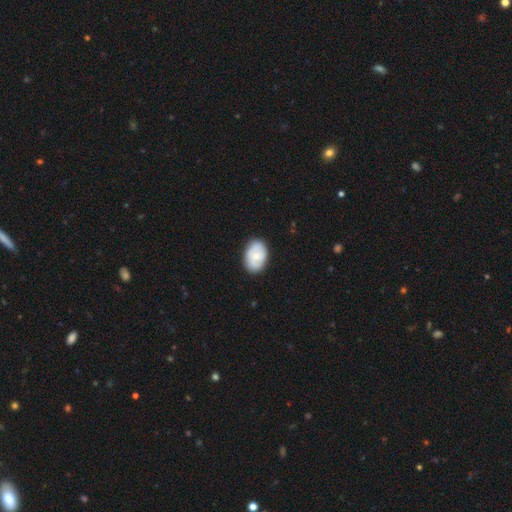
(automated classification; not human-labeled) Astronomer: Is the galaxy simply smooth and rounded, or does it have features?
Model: smooth — 64%.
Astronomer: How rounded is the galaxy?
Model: in between — 82%.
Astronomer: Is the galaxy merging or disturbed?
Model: none — 82%.